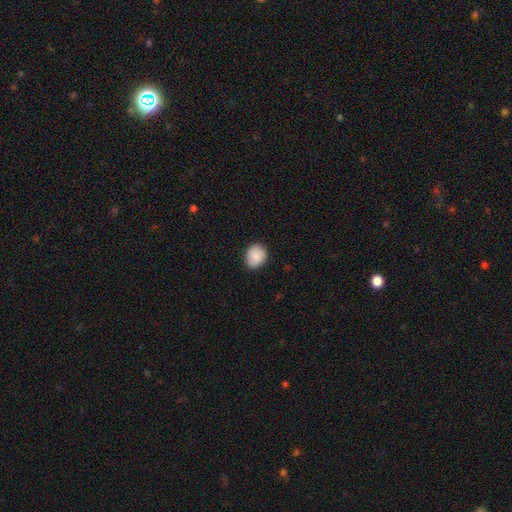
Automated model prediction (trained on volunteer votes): Smooth or featured?
  - smooth: 85% *
  - featured or disk: 7%
  - star or artifact: 7%
How rounded?
  - round: 72% *
  - in between: 27%
  - cigar-shaped: 1%
Merging?
  - none: 82% *
  - minor disturbance: 15%
  - major disturbance: 3%
  - merger: 1%